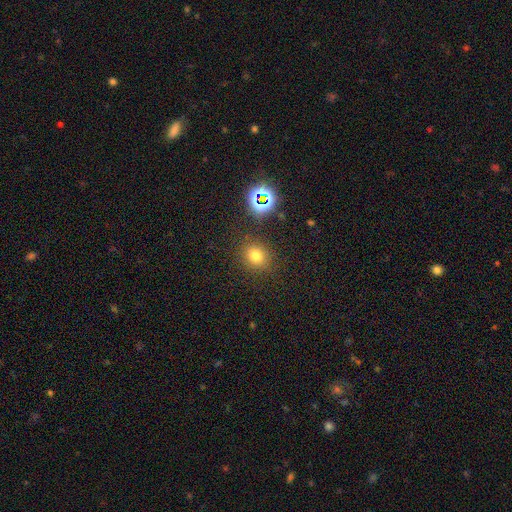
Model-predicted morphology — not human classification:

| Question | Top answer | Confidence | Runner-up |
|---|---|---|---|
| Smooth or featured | smooth | 71% | star or artifact (21%) |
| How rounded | round | 78% | in between (21%) |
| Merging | none | 84% | minor disturbance (9%) |